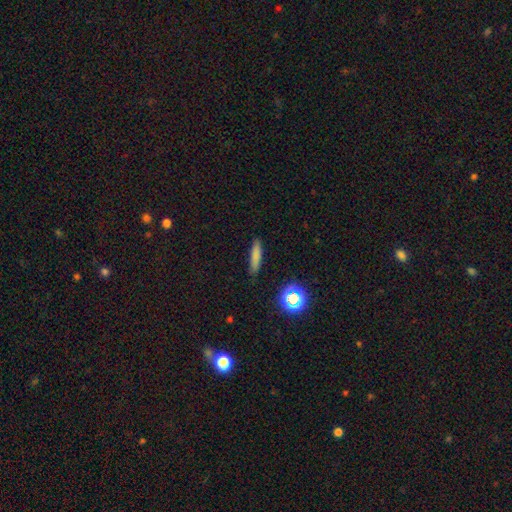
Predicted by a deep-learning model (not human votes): The model was most divided on "smooth or featured": smooth: 77%, star or artifact: 13%, featured or disk: 11%. More confident: merging — none (85%); how rounded — cigar-shaped (83%).